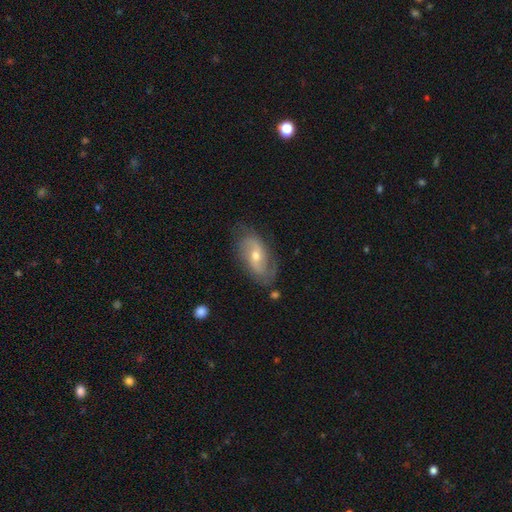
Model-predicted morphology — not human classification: A featured or disk galaxy (72%) with no bar (43%), 2 (79%) medium (39%) spiral arms (87%) and a moderate central bulge (56%).

Vote fractions:
- Smooth or featured? featured or disk: 72% / smooth: 21% / star or artifact: 7%
- Edge-on disk? no: 93% / yes: 7%
- Bar? no: 43% / weak: 42% / strong: 15%
- Spiral arms? yes: 87% / no: 13%
- Spiral winding? medium: 39% / loose: 38% / tight: 23%
- Spiral arm count? 2: 79% / can't tell: 12% / 1: 3% / 3: 2% / 4: 1% / more than 4: 1%
- Bulge size? moderate: 56% / small: 40% / large: 2% / none: 1% / dominant: 1%
- Merging? none: 74% / minor disturbance: 18% / major disturbance: 6% / merger: 2%